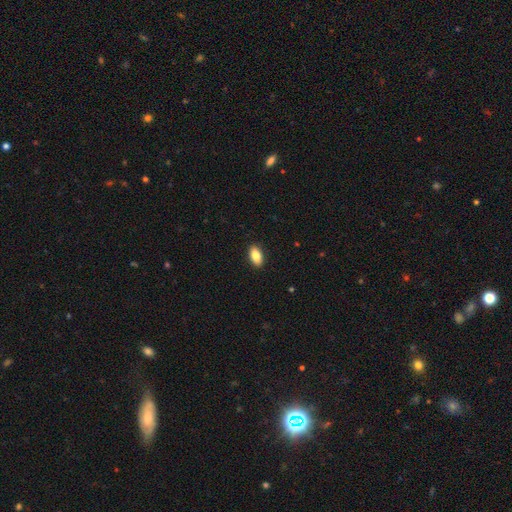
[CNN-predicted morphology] type=smooth (82%); roundness=in between (91%); merging=none (91%).